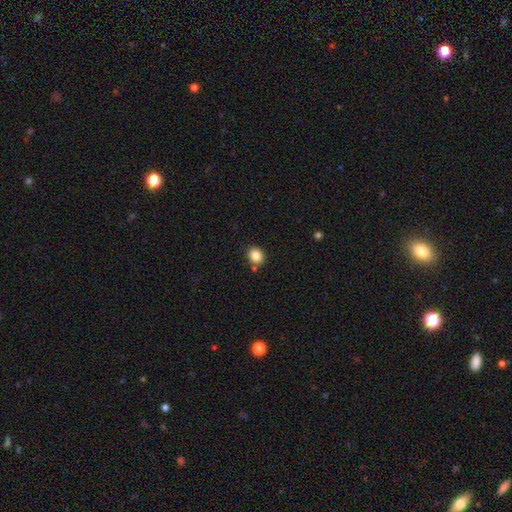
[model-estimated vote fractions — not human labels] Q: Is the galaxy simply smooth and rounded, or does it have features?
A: smooth — 84%.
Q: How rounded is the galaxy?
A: round — 68%.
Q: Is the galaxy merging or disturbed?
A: none — 83%.